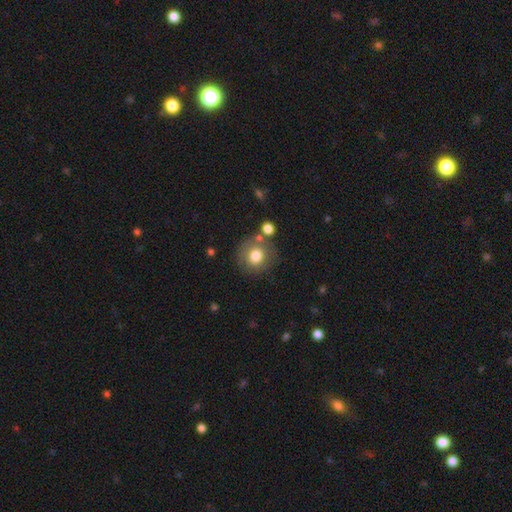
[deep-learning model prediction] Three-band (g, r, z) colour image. It shows a smooth galaxy with no disk features (76%) that is round (88%). Merging: none (71%).